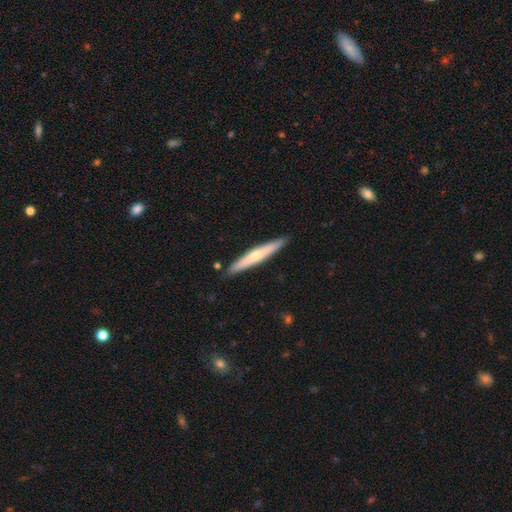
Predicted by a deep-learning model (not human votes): smooth_or_featured: featured or disk (p=0.48) [alt: smooth p=0.47]
merging: none (p=0.90) [alt: minor disturbance p=0.08]